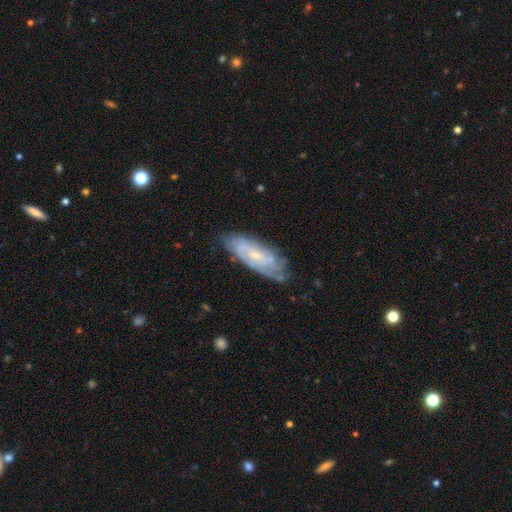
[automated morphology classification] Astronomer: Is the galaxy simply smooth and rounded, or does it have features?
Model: featured or disk — 62%.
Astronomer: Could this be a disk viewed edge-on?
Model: no — 78%.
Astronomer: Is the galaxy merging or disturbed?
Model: none — 75%.